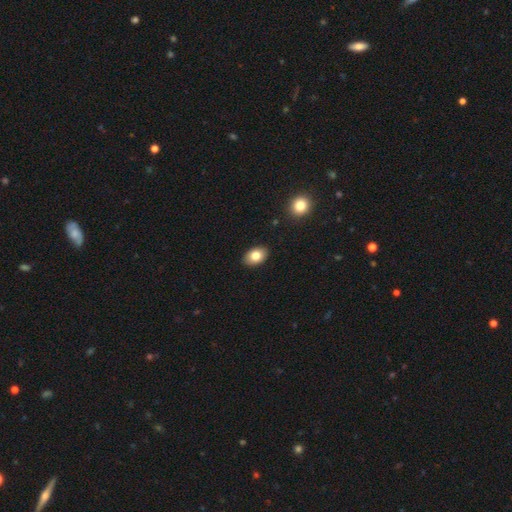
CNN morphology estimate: Smooth or featured: smooth — 81% (featured or disk — 11%)
How rounded: in between — 85% (round — 14%)
Merging: none — 89% (minor disturbance — 8%)